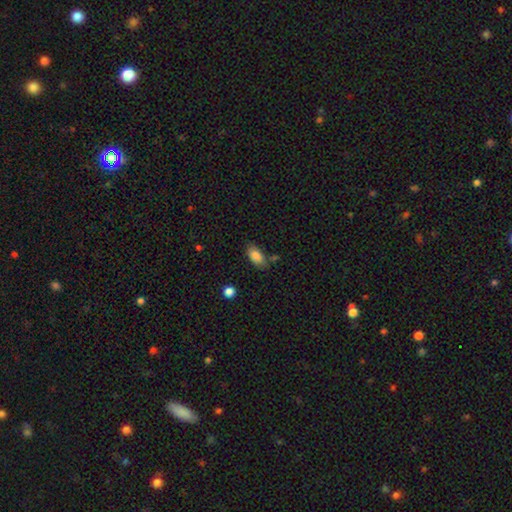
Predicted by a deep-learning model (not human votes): A smooth galaxy with no disk features (86%) that is in between round and cigar-shaped (91%).

Vote fractions:
- Smooth or featured? smooth: 86% / star or artifact: 8% / featured or disk: 7%
- How rounded? in between: 91% / cigar-shaped: 4% / round: 4%
- Merging? none: 71% / minor disturbance: 18% / merger: 7% / major disturbance: 4%